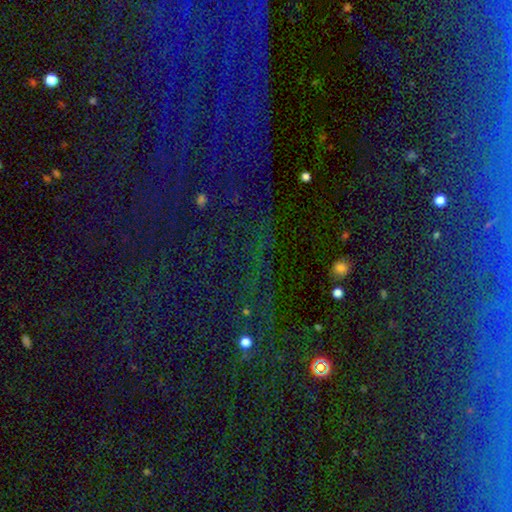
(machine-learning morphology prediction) The model was most divided on "smooth or featured": star or artifact: 81%, smooth: 11%, featured or disk: 9%.